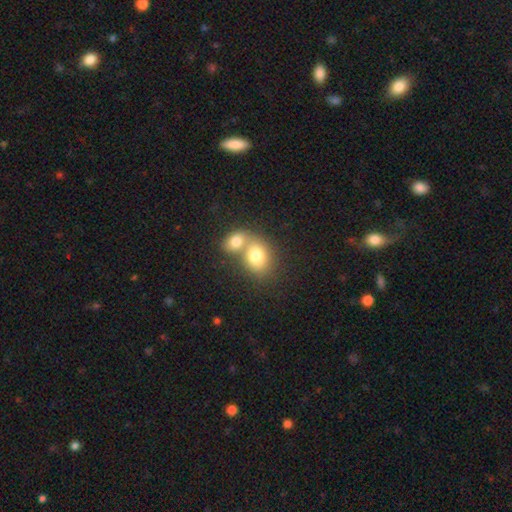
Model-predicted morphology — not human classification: Q: Smooth or featured?
A: smooth (76%); runner-up: featured or disk (15%)
Q: How rounded?
A: in between (53%); runner-up: round (46%)
Q: Merging?
A: merger (65%); runner-up: none (26%)